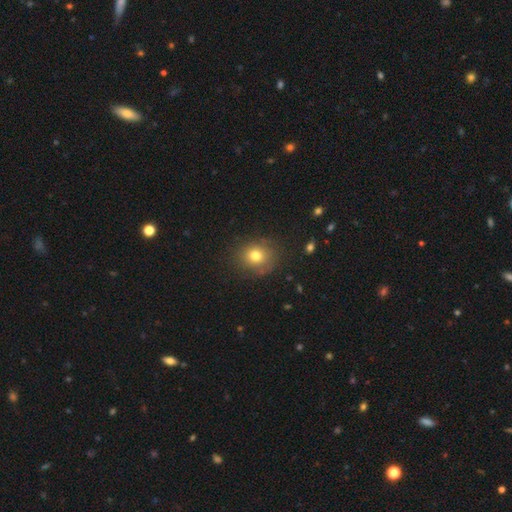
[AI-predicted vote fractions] This appears to be a smooth galaxy with no disk features (76%) that is round (75%). Merging: none (80%).